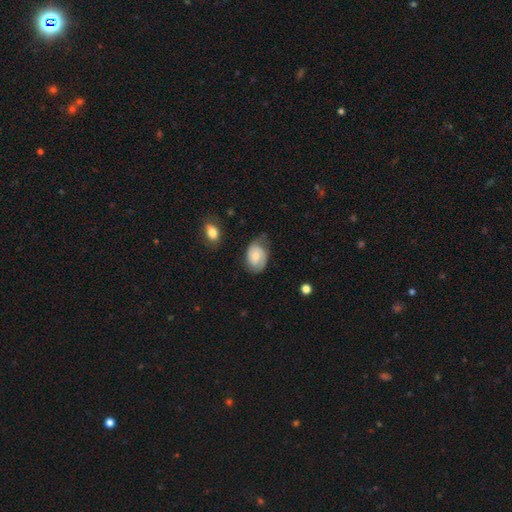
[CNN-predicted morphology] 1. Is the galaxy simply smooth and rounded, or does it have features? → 50% featured or disk, 42% smooth, 7% star or artifact.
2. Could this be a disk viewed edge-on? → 96% no, 4% yes.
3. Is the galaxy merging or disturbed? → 56% none, 31% minor disturbance, 11% major disturbance, 2% merger.